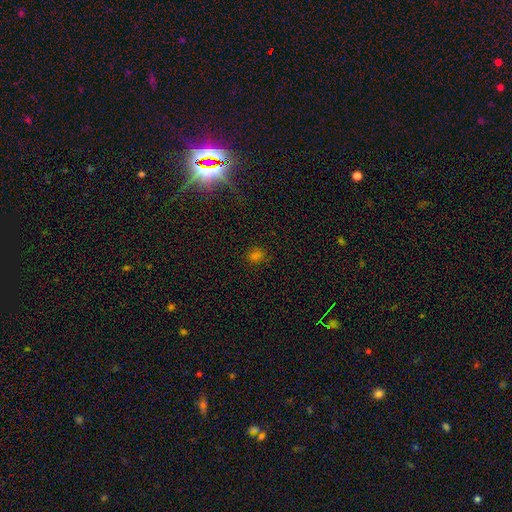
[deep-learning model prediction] Smooth or featured: smooth — 52% (star or artifact — 40%)
How rounded: round — 67% (in between — 31%)
Merging: none — 83% (minor disturbance — 11%)